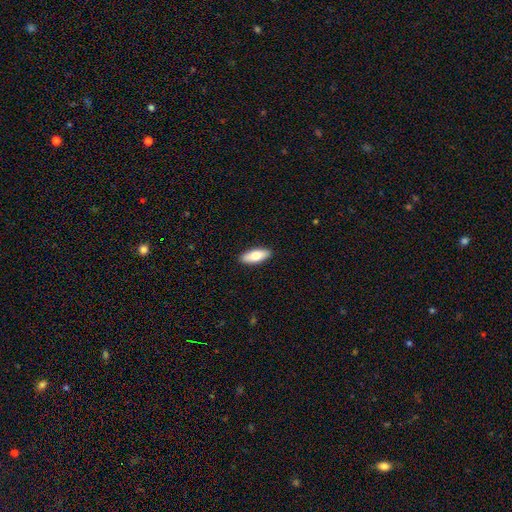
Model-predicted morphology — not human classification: smooth_or_featured: smooth (p=0.76) [alt: featured or disk p=0.19]
how_rounded: in between (p=0.75) [alt: cigar-shaped p=0.23]
merging: none (p=0.91) [alt: minor disturbance p=0.07]